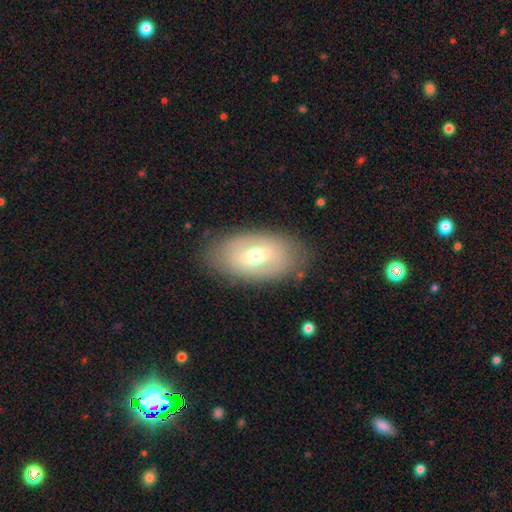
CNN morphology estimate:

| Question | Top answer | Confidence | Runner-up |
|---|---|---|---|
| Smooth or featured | smooth | 50% | featured or disk (42%) |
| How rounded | in between | 92% | round (5%) |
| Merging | none | 83% | minor disturbance (12%) |